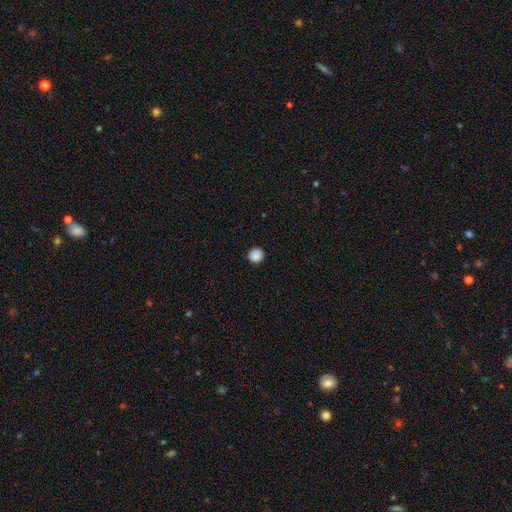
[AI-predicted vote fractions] Smooth or featured: smooth — 87% (star or artifact — 9%)
How rounded: round — 89% (in between — 10%)
Merging: none — 89% (minor disturbance — 8%)